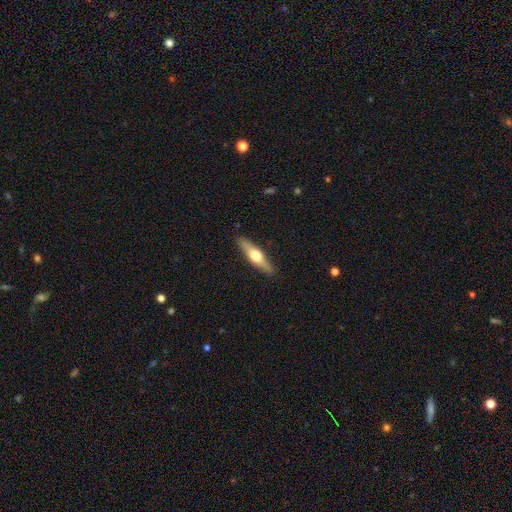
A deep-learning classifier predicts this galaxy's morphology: Smooth or featured? featured or disk (53%)
Edge-on disk? yes (93%)
Merging? none (90%)